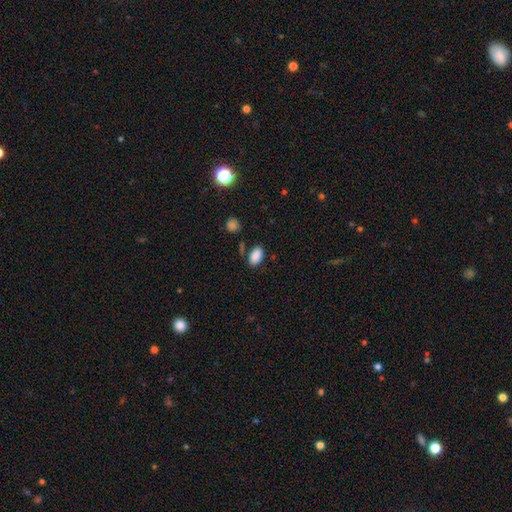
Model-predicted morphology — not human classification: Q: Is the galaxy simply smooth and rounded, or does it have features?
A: smooth — 87%.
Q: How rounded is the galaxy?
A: in between — 90%.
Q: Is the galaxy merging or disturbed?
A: none — 78%.